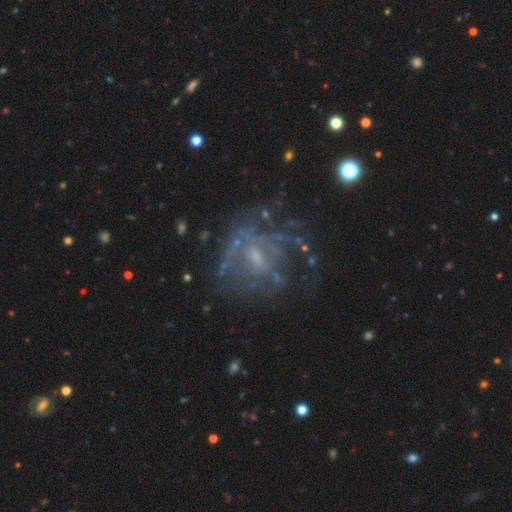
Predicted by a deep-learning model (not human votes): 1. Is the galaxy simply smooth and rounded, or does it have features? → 72% featured or disk, 14% star or artifact, 14% smooth.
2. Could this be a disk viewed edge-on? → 97% no, 3% yes.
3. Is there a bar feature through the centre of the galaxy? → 61% no, 33% weak, 6% strong.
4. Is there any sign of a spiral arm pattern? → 53% yes, 47% no.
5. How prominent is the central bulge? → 52% small, 29% moderate, 16% none, 2% large, 1% dominant.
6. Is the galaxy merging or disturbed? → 52% none, 26% major disturbance, 18% minor disturbance, 4% merger.